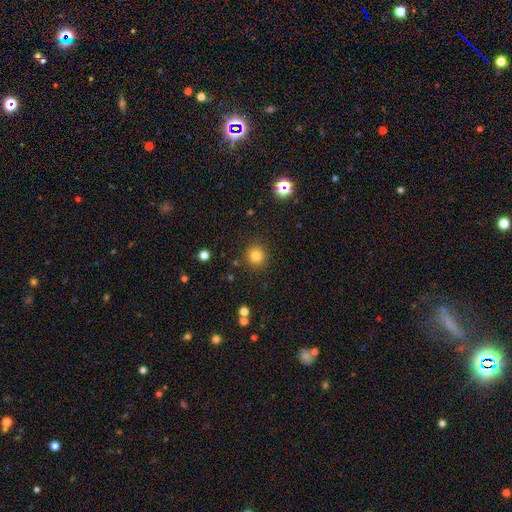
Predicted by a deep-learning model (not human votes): This appears to be a smooth galaxy with no disk features (82%) that is round (91%). Merging: none (89%).